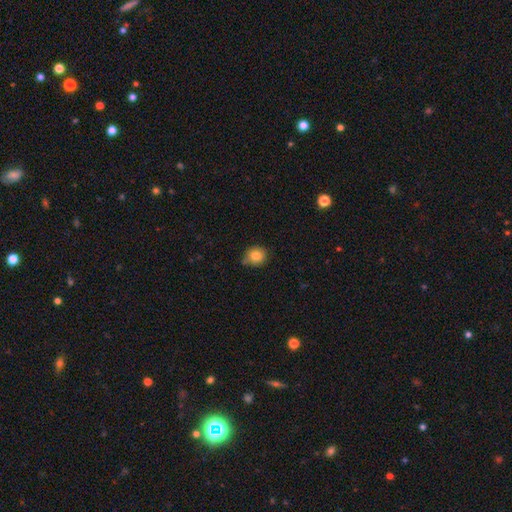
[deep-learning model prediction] This is clearly a smooth galaxy (84%). How rounded: clearly round (81%). Merging: likely none (72%).